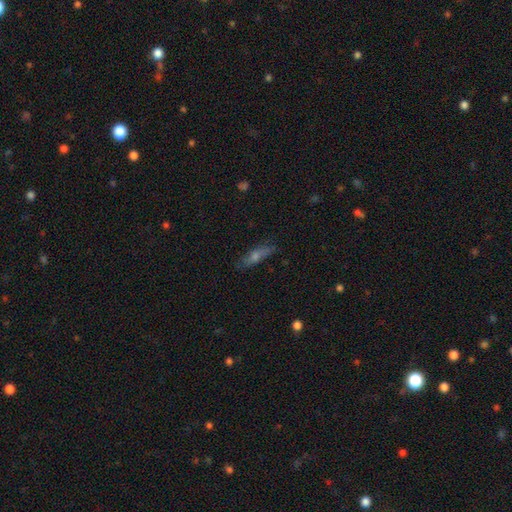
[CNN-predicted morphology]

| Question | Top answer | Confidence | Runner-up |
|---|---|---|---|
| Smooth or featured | smooth | 45% | featured or disk (42%) |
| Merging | none | 79% | minor disturbance (15%) |